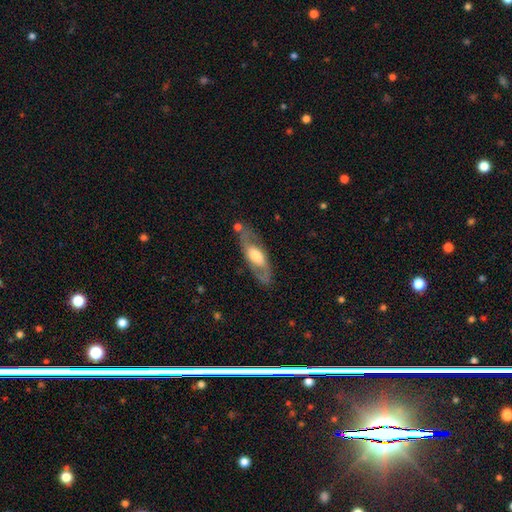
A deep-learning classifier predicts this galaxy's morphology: Q: Smooth or featured?
A: featured or disk (70%); runner-up: smooth (25%)
Q: Edge-on disk?
A: no (81%); runner-up: yes (19%)
Q: Bar?
A: no (46%); runner-up: weak (36%)
Q: Spiral arms?
A: yes (74%); runner-up: no (26%)
Q: Bulge size?
A: moderate (47%); runner-up: large (39%)
Q: Merging?
A: none (77%); runner-up: minor disturbance (14%)